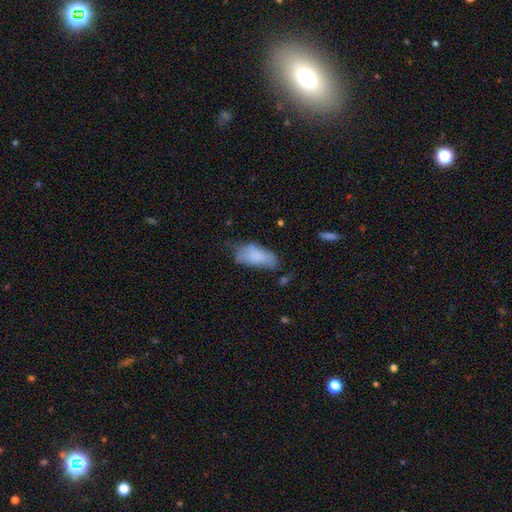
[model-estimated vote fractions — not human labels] smooth_or_featured: smooth (p=0.77) [alt: featured or disk p=0.15]
how_rounded: in between (p=0.89) [alt: cigar-shaped p=0.09]
merging: none (p=0.38) [alt: minor disturbance p=0.37]